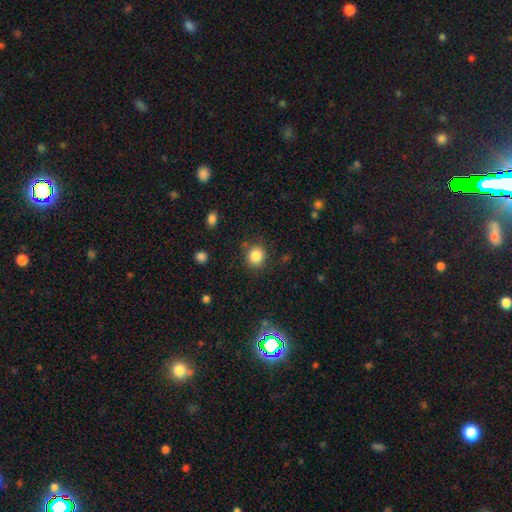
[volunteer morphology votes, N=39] Overall: smooth (85%). How rounded: round (94%). Merging: none (83%).